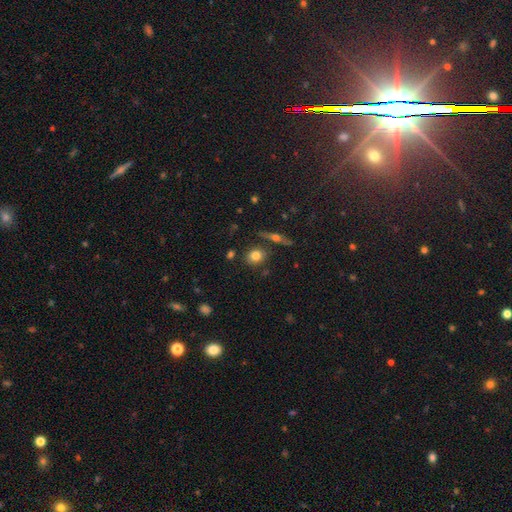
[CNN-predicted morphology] Smooth or featured?
  - smooth: 77% *
  - featured or disk: 13%
  - star or artifact: 10%
How rounded?
  - round: 71% *
  - in between: 27%
  - cigar-shaped: 2%
Merging?
  - none: 79% *
  - minor disturbance: 11%
  - merger: 7%
  - major disturbance: 3%